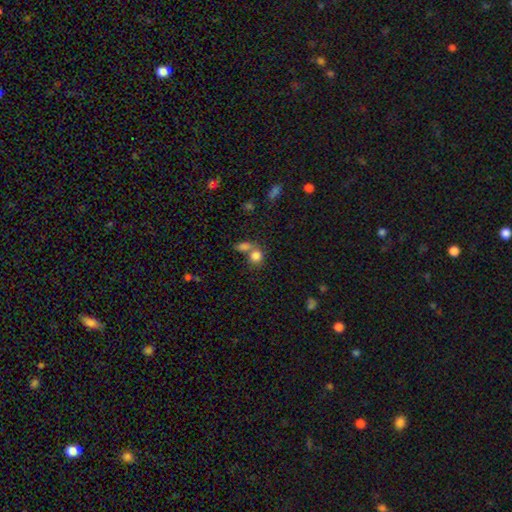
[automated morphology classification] A smooth galaxy with no disk features (81%) that is round (67%). Merging: merger (50%).